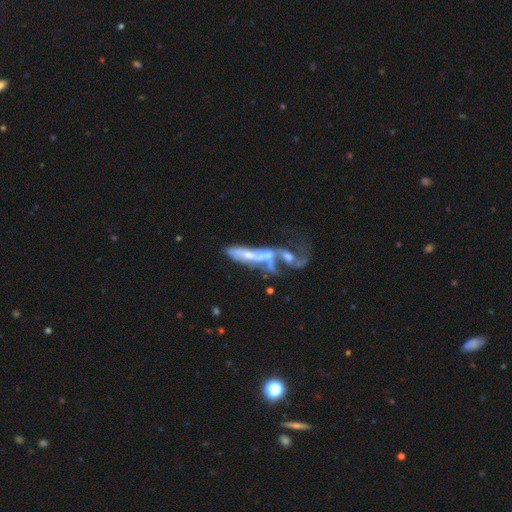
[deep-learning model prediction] smooth_or_featured: featured or disk (p=0.64) [alt: smooth p=0.25]
disk_edge_on: no (p=0.72) [alt: yes p=0.28]
merging: merger (p=0.64) [alt: major disturbance p=0.16]